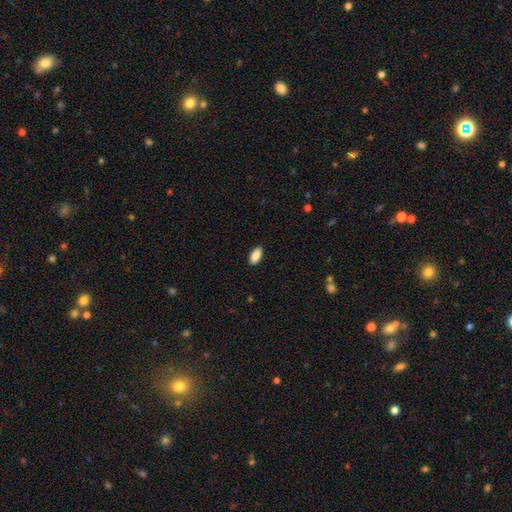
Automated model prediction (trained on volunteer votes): smooth 88%, star or artifact 7%, featured or disk 5%. Down the decision tree: how rounded — in between (92%); merging — none (89%).